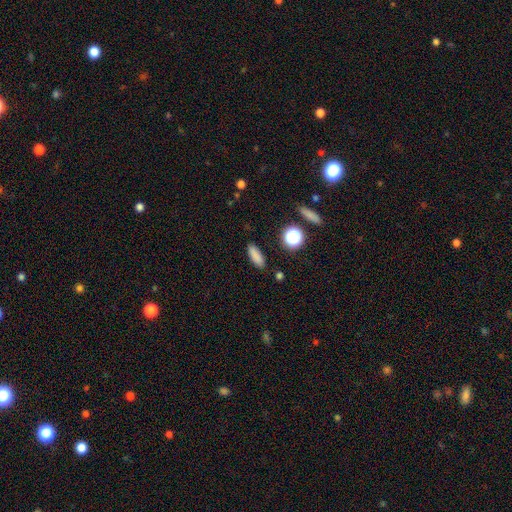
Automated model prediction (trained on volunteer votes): smooth_or_featured: smooth (p=0.83) [alt: star or artifact p=0.11]
how_rounded: in between (p=0.60) [alt: cigar-shaped p=0.35]
merging: none (p=0.87) [alt: minor disturbance p=0.09]